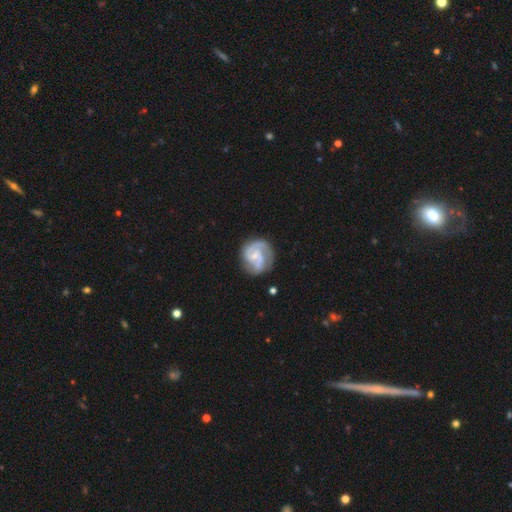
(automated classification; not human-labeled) A featured or disk galaxy (86%) with no bar (45%), 2 (58%) medium (48%) spiral arms (97%) and a small central bulge (62%).

Vote fractions:
- Smooth or featured? featured or disk: 86% / smooth: 10% / star or artifact: 4%
- Edge-on disk? no: 98% / yes: 2%
- Bar? no: 45% / weak: 44% / strong: 12%
- Spiral arms? yes: 97% / no: 3%
- Spiral winding? medium: 48% / tight: 40% / loose: 12%
- Spiral arm count? 2: 58% / 3: 24% / can't tell: 8% / 1: 4% / 4: 3% / more than 4: 2%
- Bulge size? small: 62% / moderate: 21% / none: 15% / large: 2% / dominant: 1%
- Merging? none: 70% / minor disturbance: 18% / major disturbance: 9% / merger: 2%